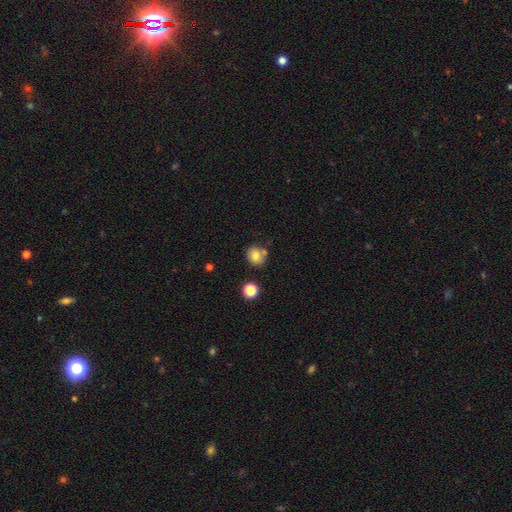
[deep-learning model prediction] This is likely a smooth galaxy (77%). How rounded: likely round (73%). Merging: likely none (69%).